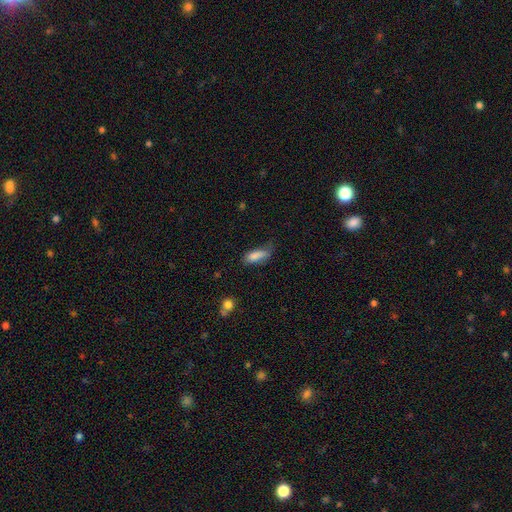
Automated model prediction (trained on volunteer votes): Morphology: type=smooth (84%); roundness=in between (71%); merging=none (48%).